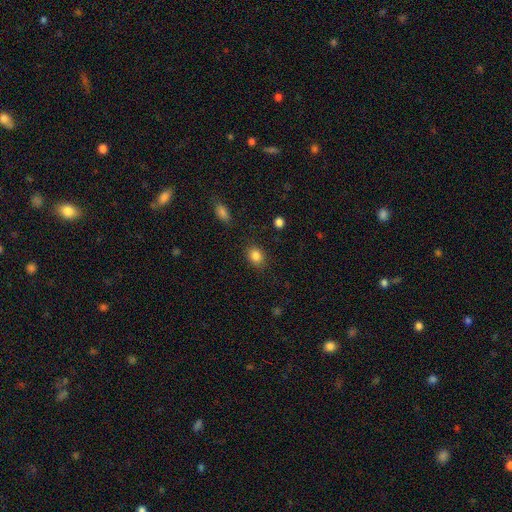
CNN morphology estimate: smooth 85%, star or artifact 10%, featured or disk 5%. Down the decision tree: how rounded — in between (52%); merging — none (85%).